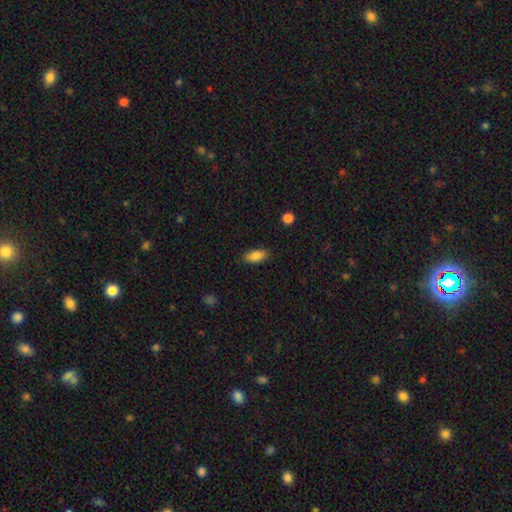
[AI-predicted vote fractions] smooth-or-featured: smooth: 86% | star or artifact: 7% | featured or disk: 7%
  how-rounded: in between: 87% | cigar-shaped: 10% | round: 3%
  merging: none: 87% | minor disturbance: 9% | major disturbance: 2% | merger: 1%